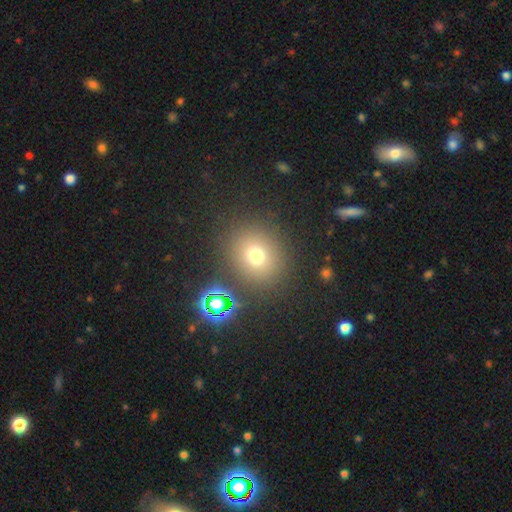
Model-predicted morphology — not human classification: This is likely a smooth galaxy (71%). How rounded: likely round (78%). Merging: clearly none (84%).